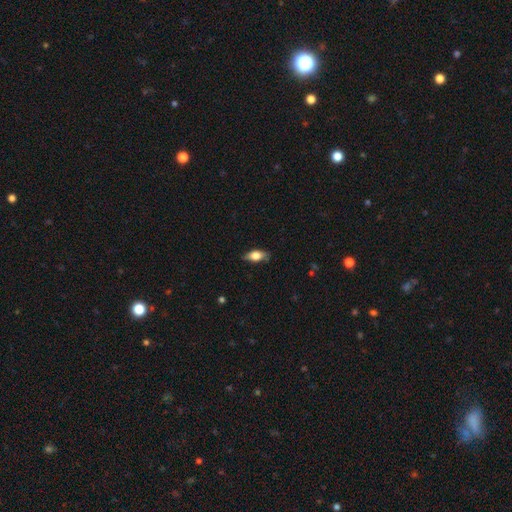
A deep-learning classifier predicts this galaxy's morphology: smooth 66%, featured or disk 27%, star or artifact 7%. Down the decision tree: how rounded — in between (82%); merging — none (81%).